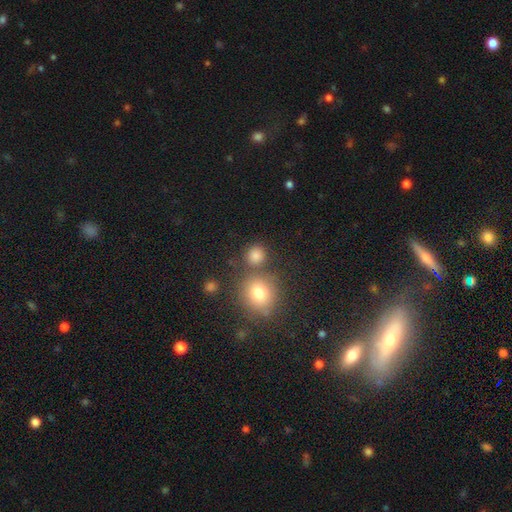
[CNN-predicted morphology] Smooth or featured?
  - smooth: 81% *
  - star or artifact: 14%
  - featured or disk: 6%
How rounded?
  - round: 87% *
  - in between: 12%
  - cigar-shaped: 1%
Merging?
  - none: 74% *
  - merger: 14%
  - minor disturbance: 9%
  - major disturbance: 4%